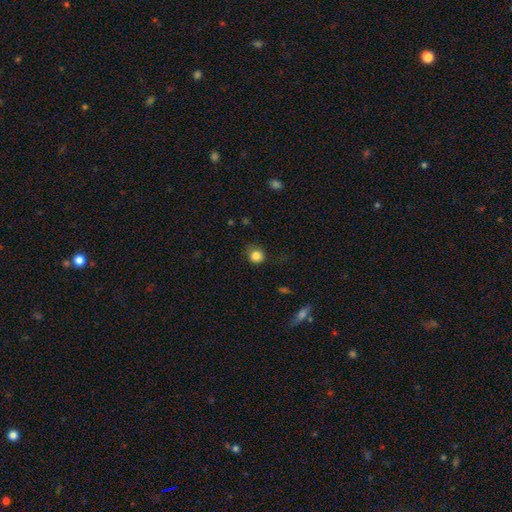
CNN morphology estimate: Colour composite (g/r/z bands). It shows a smooth galaxy with no disk features (84%) that is round (87%). Merging: none (78%).